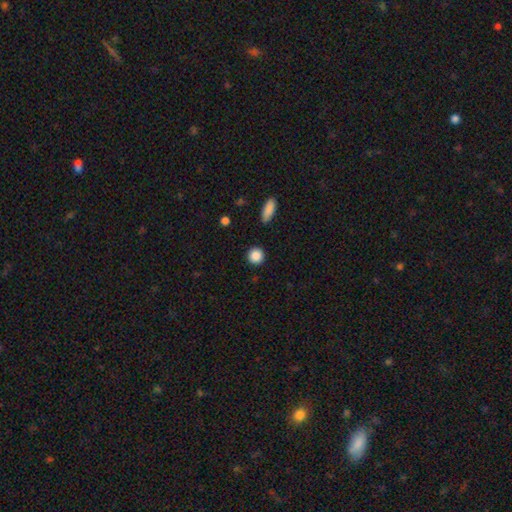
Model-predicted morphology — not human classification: This is clearly a smooth galaxy (88%). How rounded: clearly round (93%). Merging: clearly none (91%).